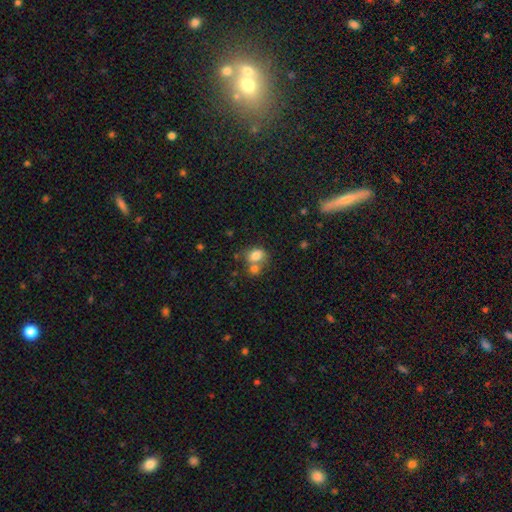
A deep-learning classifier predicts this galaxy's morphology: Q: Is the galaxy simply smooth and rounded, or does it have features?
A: smooth — 78%.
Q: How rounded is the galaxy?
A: in between — 65%.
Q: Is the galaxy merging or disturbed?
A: merger — 45%.